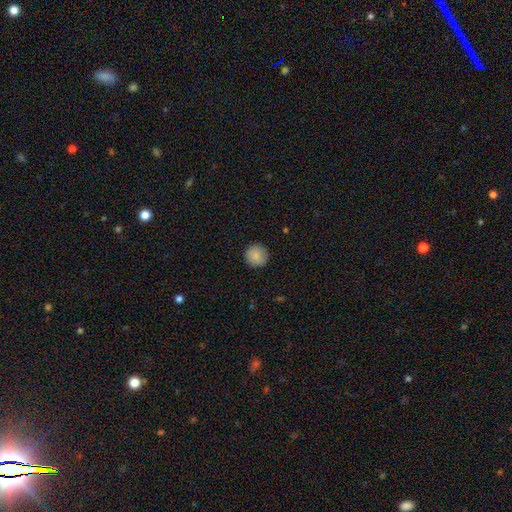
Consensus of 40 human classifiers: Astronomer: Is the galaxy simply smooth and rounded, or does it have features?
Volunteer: smooth — 92%.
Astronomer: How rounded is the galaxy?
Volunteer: round — 100%.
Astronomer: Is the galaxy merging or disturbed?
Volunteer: none — 100%.